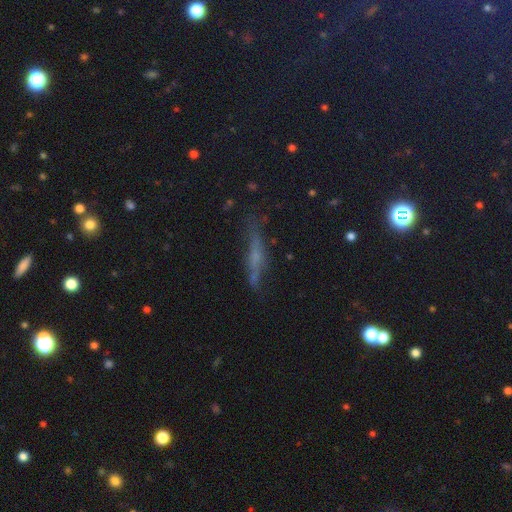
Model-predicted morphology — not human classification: The model was most divided on "smooth or featured": featured or disk: 47%, smooth: 36%, star or artifact: 17%. More confident: merging — none (64%).